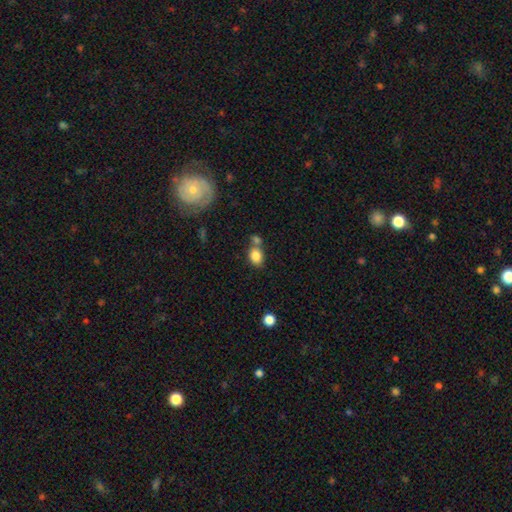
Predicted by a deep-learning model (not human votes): Smooth or featured? smooth (84%)
How rounded? in between (57%)
Merging? none (51%)